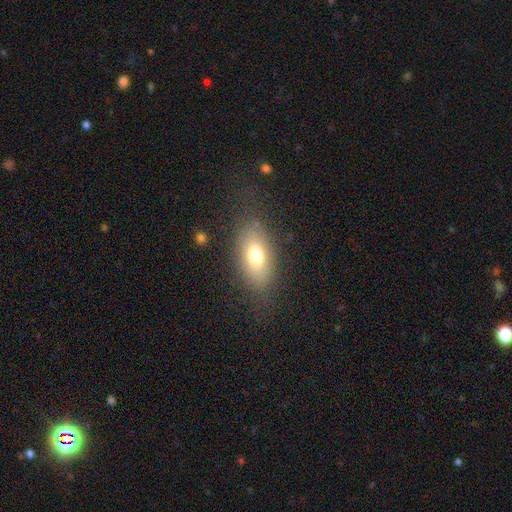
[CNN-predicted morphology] smooth-or-featured: smooth: 72% | featured or disk: 17% | star or artifact: 11%
  how-rounded: in between: 86% | round: 9% | cigar-shaped: 5%
  merging: none: 78% | minor disturbance: 13% | major disturbance: 7% | merger: 2%